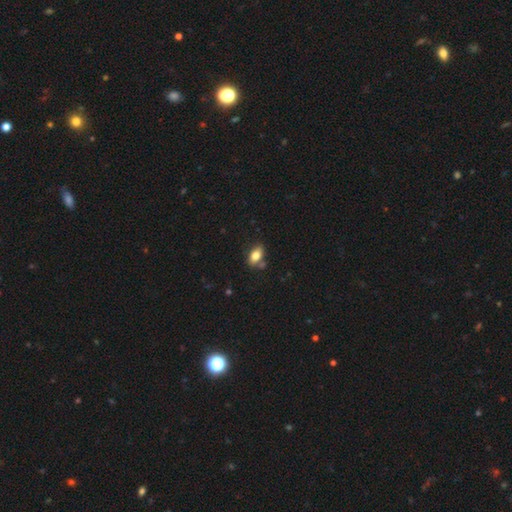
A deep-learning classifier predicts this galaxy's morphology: Q: Smooth or featured?
A: smooth (81%); runner-up: featured or disk (11%)
Q: How rounded?
A: in between (87%); runner-up: round (9%)
Q: Merging?
A: none (67%); runner-up: minor disturbance (18%)